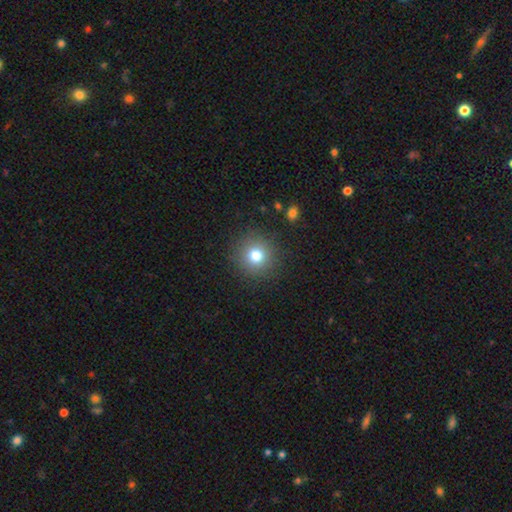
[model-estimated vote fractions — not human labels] A smooth galaxy with no disk features (77%) that is round (94%).

Vote fractions:
- Smooth or featured? smooth: 77% / star or artifact: 14% / featured or disk: 9%
- How rounded? round: 94% / in between: 5% / cigar-shaped: 1%
- Merging? none: 89% / minor disturbance: 6% / major disturbance: 3% / merger: 1%